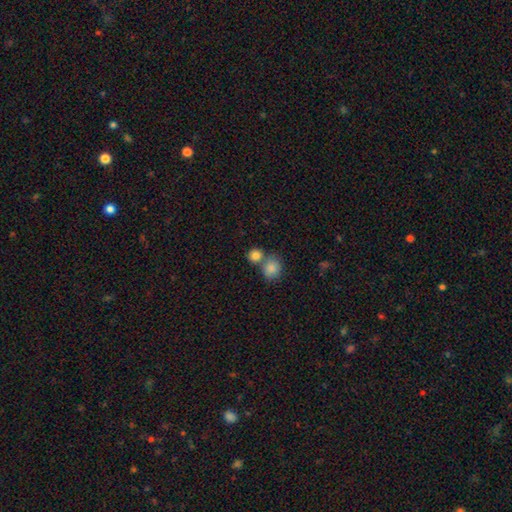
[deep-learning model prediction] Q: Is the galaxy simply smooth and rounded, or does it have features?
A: smooth — 84%.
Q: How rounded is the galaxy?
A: round — 83%.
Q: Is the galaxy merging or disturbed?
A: none — 48%.